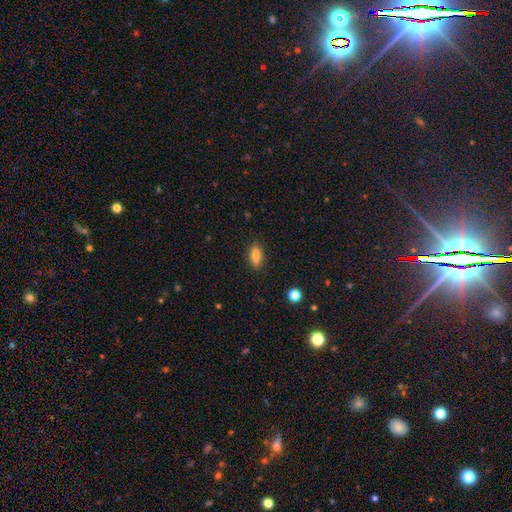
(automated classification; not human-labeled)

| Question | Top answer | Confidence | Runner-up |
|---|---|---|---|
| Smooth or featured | smooth | 80% | featured or disk (12%) |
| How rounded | in between | 79% | cigar-shaped (16%) |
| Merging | none | 87% | minor disturbance (10%) |